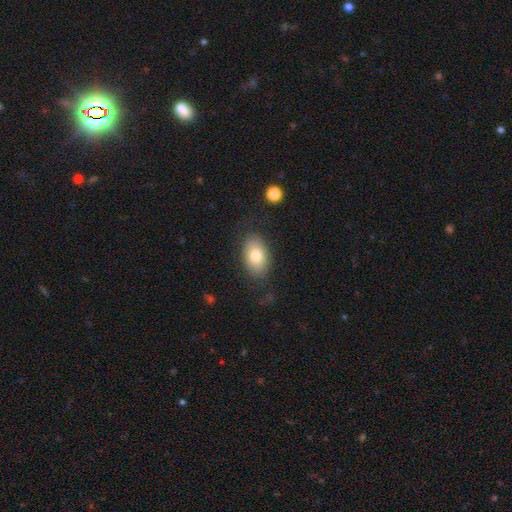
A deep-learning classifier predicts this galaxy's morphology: A smooth galaxy with no disk features (78%) that is in between round and cigar-shaped (89%). Merging: none (80%).